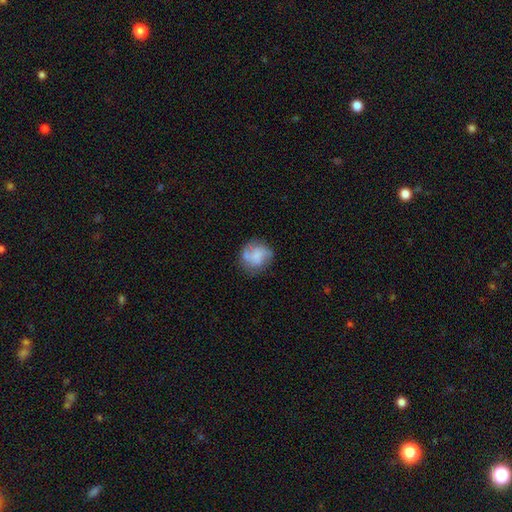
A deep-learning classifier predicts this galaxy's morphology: smooth-or-featured: smooth: 53% | featured or disk: 38% | star or artifact: 9%
  how-rounded: round: 75% | in between: 24% | cigar-shaped: 1%
  merging: none: 59% | minor disturbance: 23% | major disturbance: 14% | merger: 4%